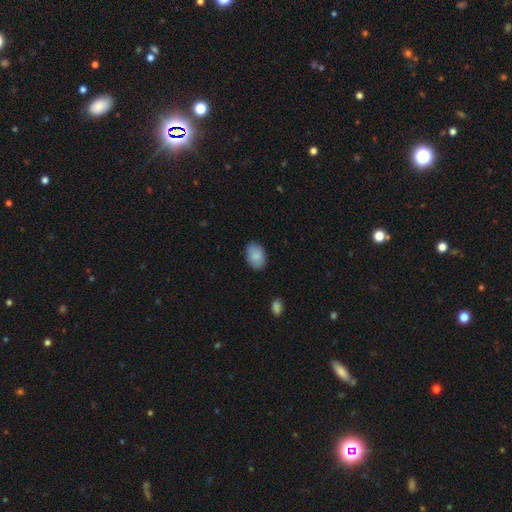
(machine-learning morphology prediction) Overall: smooth (85%). How rounded: in between (84%). Merging: none (84%).